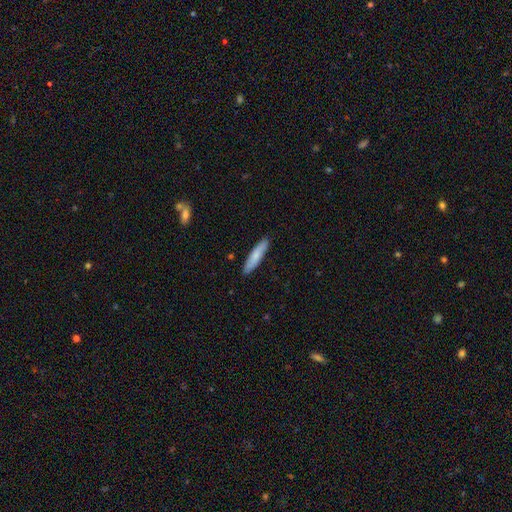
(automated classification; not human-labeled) This appears to be a smooth galaxy with no disk features (78%) that is cigar-shaped (84%). Merging: none (90%).